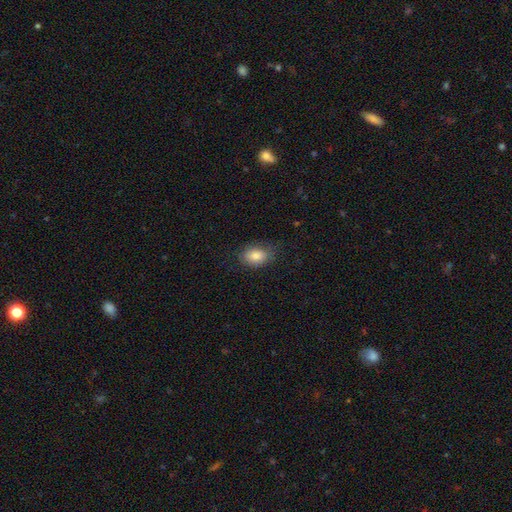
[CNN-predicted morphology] type=smooth (83%); roundness=in between (81%); merging=none (72%).